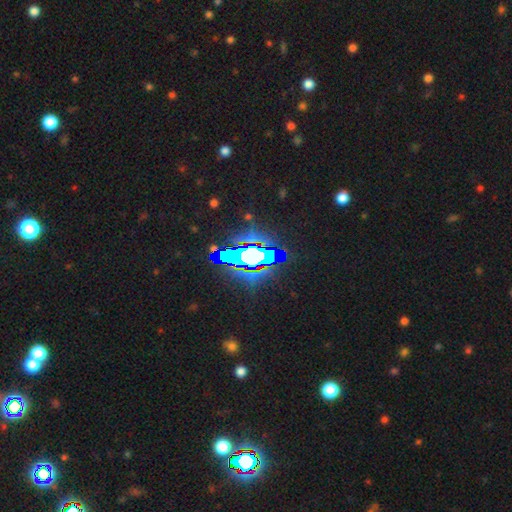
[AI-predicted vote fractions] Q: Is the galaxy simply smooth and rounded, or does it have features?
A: star or artifact — 66%.